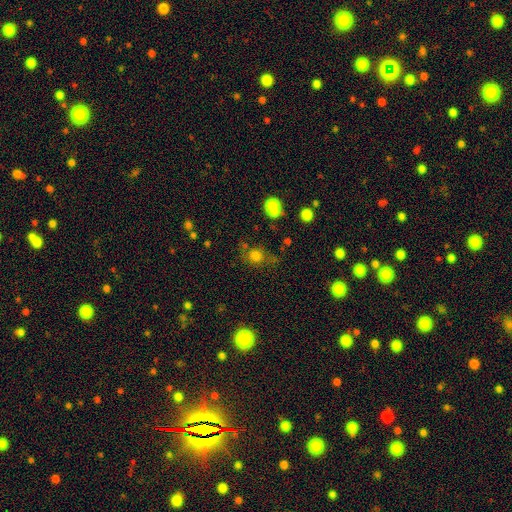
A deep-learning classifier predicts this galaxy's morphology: Smooth or featured: smooth — 73% (star or artifact — 17%)
How rounded: round — 72% (in between — 26%)
Merging: none — 63% (minor disturbance — 20%)